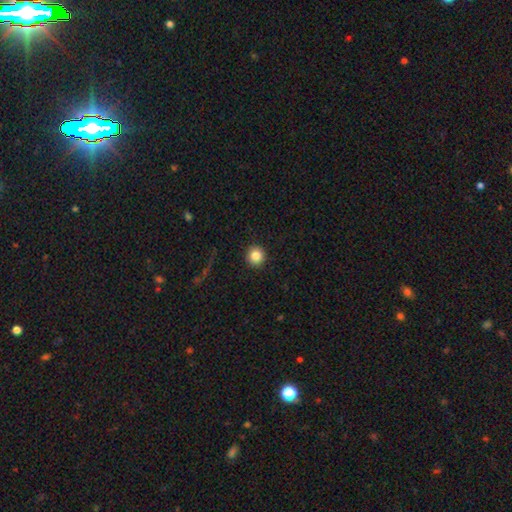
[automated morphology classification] This is clearly a smooth galaxy (85%). How rounded: clearly round (95%). Merging: clearly none (92%).